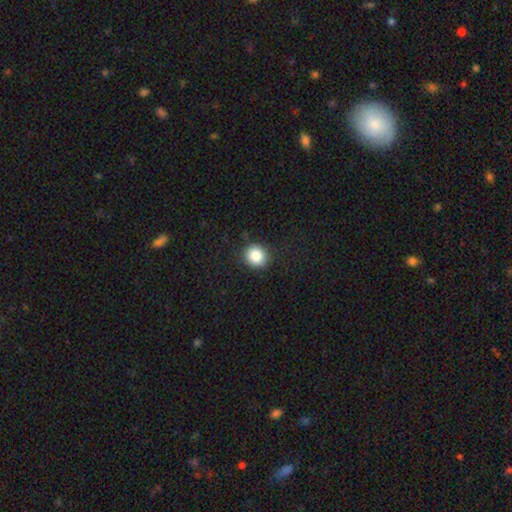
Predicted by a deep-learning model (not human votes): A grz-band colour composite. It shows a smooth galaxy with no disk features (85%) that is round (86%). Merging: none (87%).